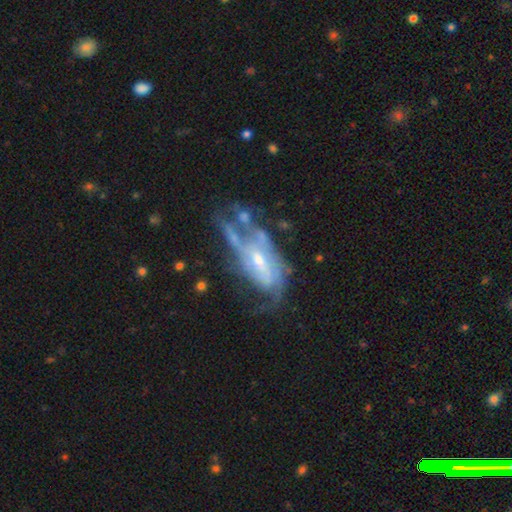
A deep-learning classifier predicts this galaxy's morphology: featured or disk 76%, smooth 15%, star or artifact 9%. Down the decision tree: edge-on disk — no (89%); bar — no (43%); spiral arms — yes (73%); bulge size — small (50%); merging — none (34%).